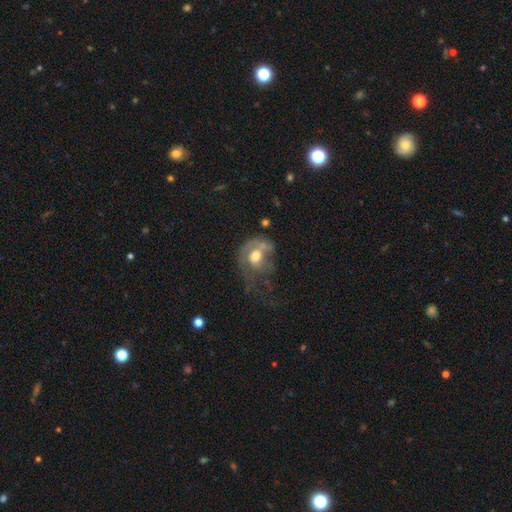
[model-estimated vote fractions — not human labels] Smooth or featured?
  - featured or disk: 47% *
  - smooth: 45%
  - star or artifact: 9%
Merging?
  - major disturbance: 49% *
  - none: 22%
  - minor disturbance: 20%
  - merger: 9%